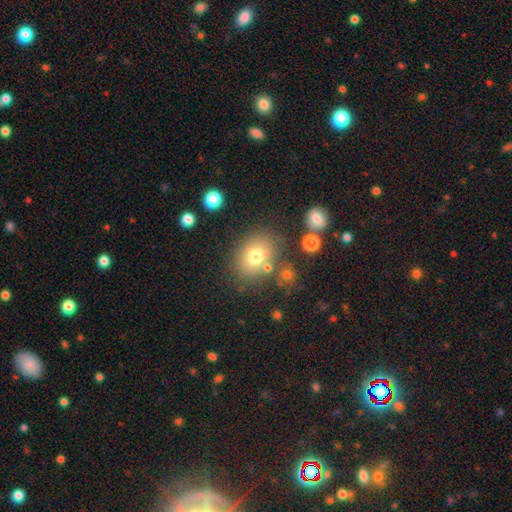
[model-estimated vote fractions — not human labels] A smooth galaxy with no disk features (70%) that is in between round and cigar-shaped (57%). Merging: none (73%).